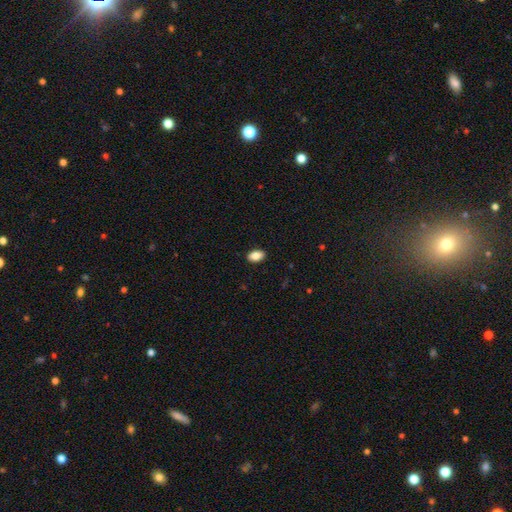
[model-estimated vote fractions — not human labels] smooth-or-featured: smooth: 87% | star or artifact: 8% | featured or disk: 5%
  how-rounded: in between: 91% | round: 7% | cigar-shaped: 2%
  merging: none: 90% | minor disturbance: 7% | major disturbance: 2% | merger: 1%